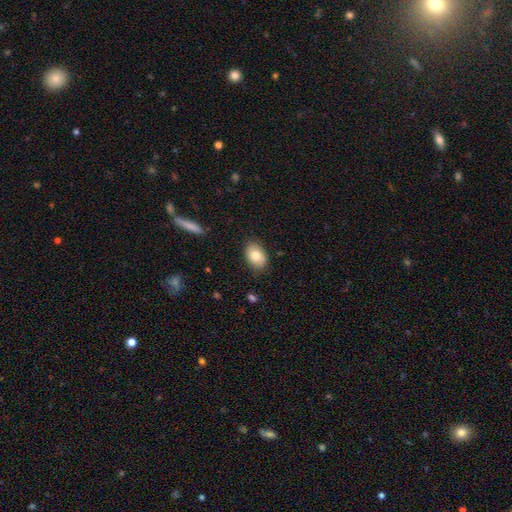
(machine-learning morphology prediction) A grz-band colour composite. It shows a smooth galaxy with no disk features (80%) that is in between round and cigar-shaped (84%). Merging: none (84%).